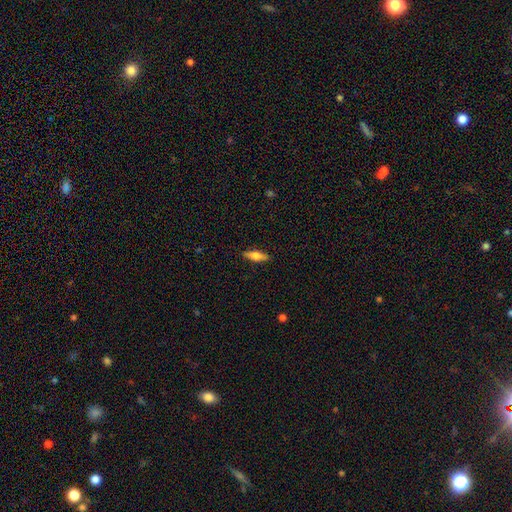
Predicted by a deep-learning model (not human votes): Overall: smooth (60%; featured or disk 34%). How rounded: cigar-shaped (51%; in between 47%). Merging: none (89%).